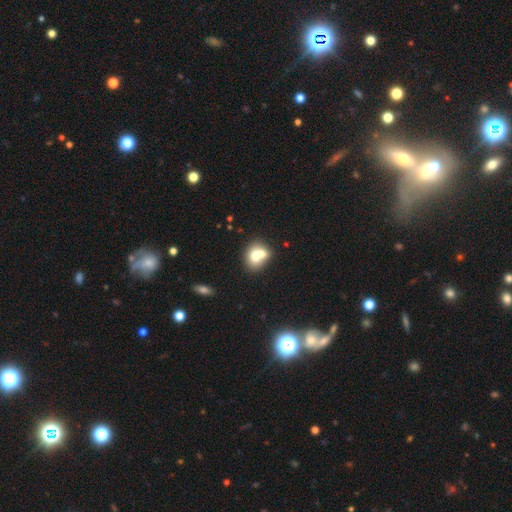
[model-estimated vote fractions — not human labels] This appears to be a smooth galaxy with no disk features (68%) that is round (61%). Merging: merger (56%).